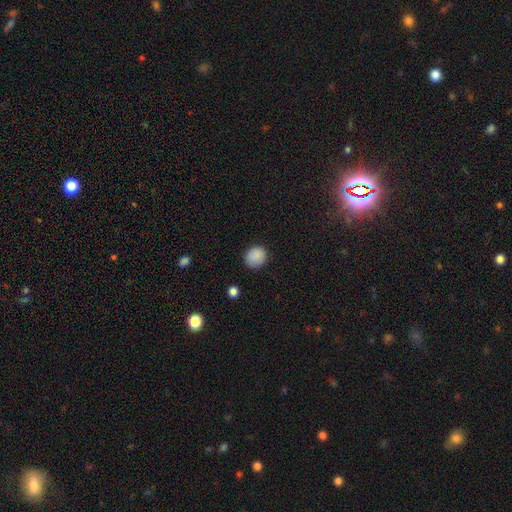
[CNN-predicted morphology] A smooth galaxy with no disk features (88%) that is round (80%). Merging: none (86%).